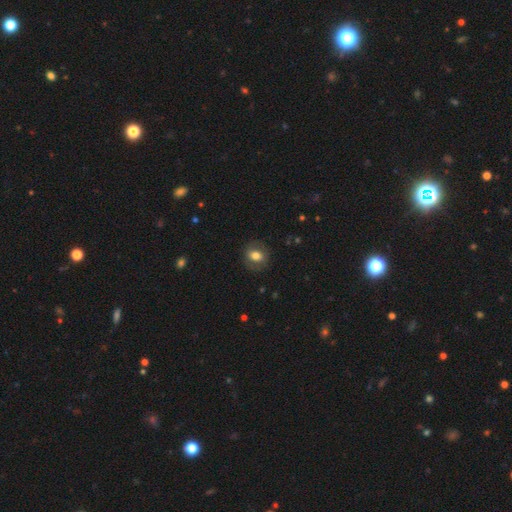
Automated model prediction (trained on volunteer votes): A smooth galaxy with no disk features (70%) that is round (58%).

Vote fractions:
- Smooth or featured? smooth: 70% / featured or disk: 21% / star or artifact: 9%
- How rounded? round: 58% / in between: 41% / cigar-shaped: 1%
- Merging? none: 82% / minor disturbance: 12% / major disturbance: 5% / merger: 1%